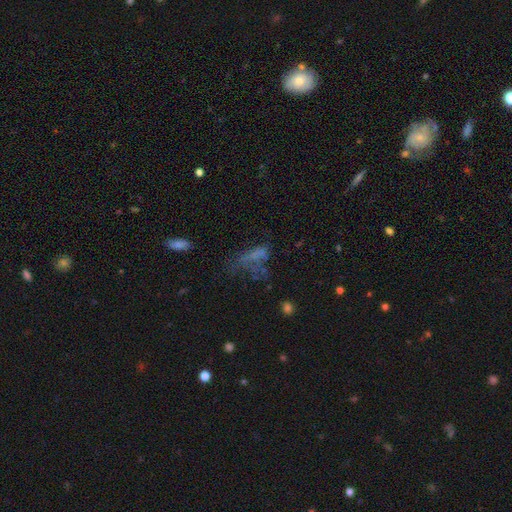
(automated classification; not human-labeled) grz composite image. It shows a smooth galaxy with no disk features (43%). Merging: major disturbance (42%).